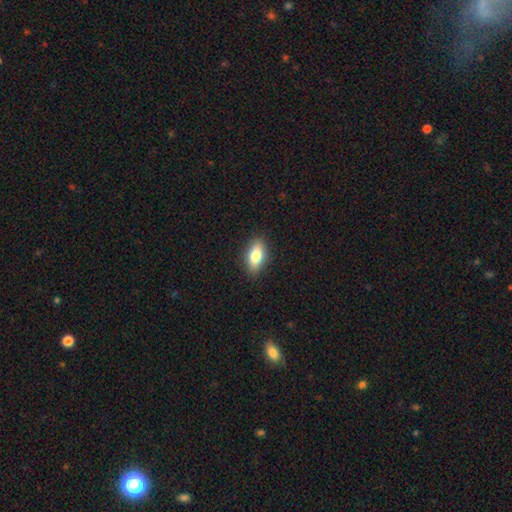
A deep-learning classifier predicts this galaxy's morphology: This is likely a smooth galaxy (79%). How rounded: clearly in between (86%). Merging: clearly none (89%).